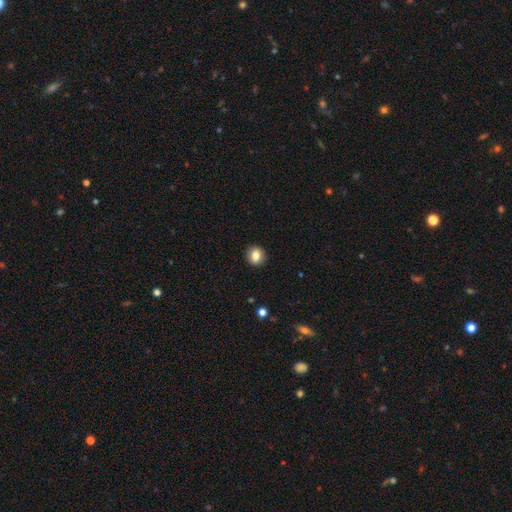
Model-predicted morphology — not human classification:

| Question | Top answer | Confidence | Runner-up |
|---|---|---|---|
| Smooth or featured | smooth | 81% | star or artifact (9%) |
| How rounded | round | 70% | in between (29%) |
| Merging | none | 90% | minor disturbance (7%) |